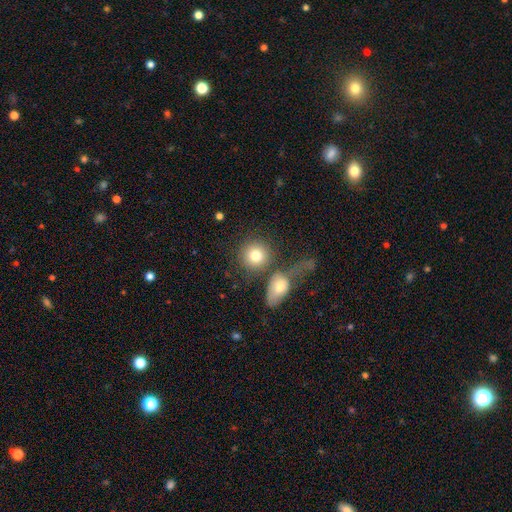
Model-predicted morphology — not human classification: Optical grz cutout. It shows a smooth galaxy with no disk features (78%) that is round (85%). Merging: none (59%).